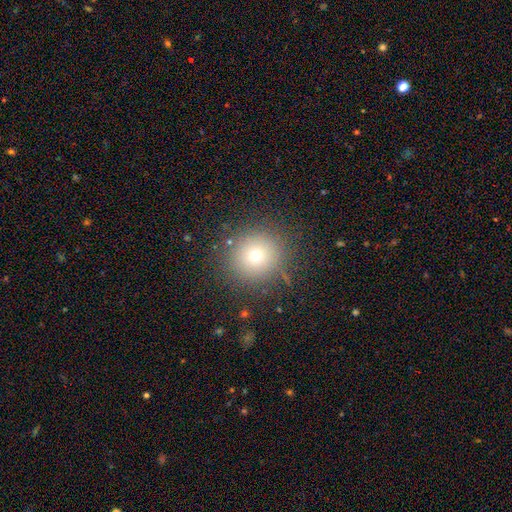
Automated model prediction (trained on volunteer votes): smooth_or_featured: smooth (p=0.68) [alt: star or artifact p=0.19]
how_rounded: round (p=0.92) [alt: in between p=0.07]
merging: none (p=0.86) [alt: minor disturbance p=0.08]